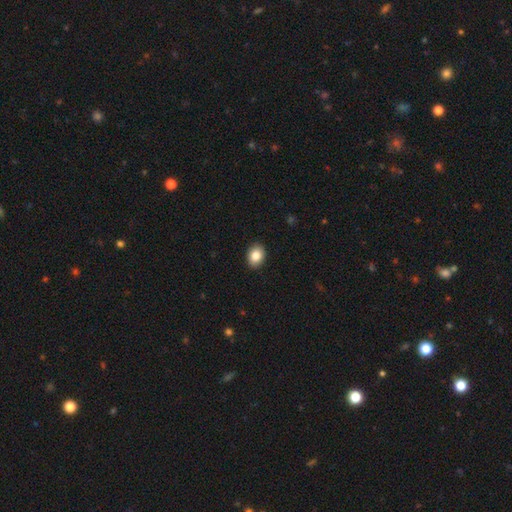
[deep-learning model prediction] Smooth or featured? Predicted: smooth (p=0.85). How rounded? Predicted: in between (p=0.67). Merging? Predicted: none (p=0.90).